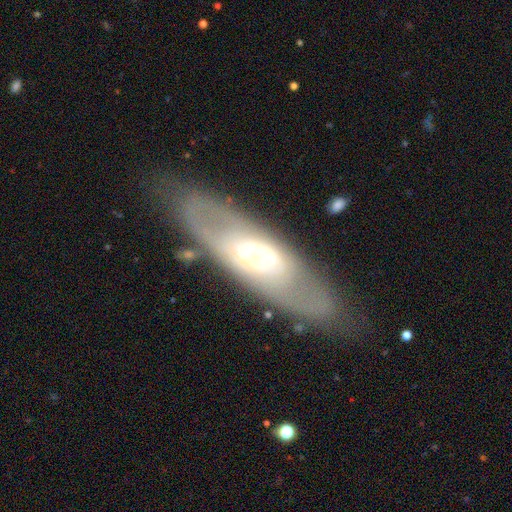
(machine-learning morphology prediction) This appears to be a featured or disk galaxy (63%). Merging: none (72%).